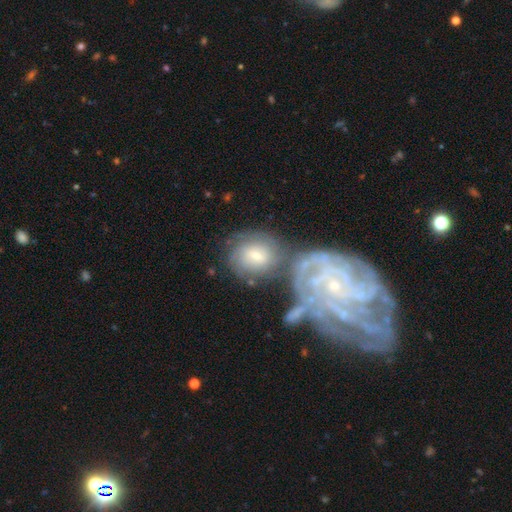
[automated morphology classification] smooth_or_featured: featured or disk (p=0.54) [alt: smooth p=0.38]
disk_edge_on: no (p=0.95) [alt: yes p=0.05]
bar: no (p=0.49) [alt: weak p=0.39]
has_spiral_arms: yes (p=0.78) [alt: no p=0.22]
bulge_size: small (p=0.55) [alt: moderate p=0.35]
merging: none (p=0.40) [alt: merger p=0.38]